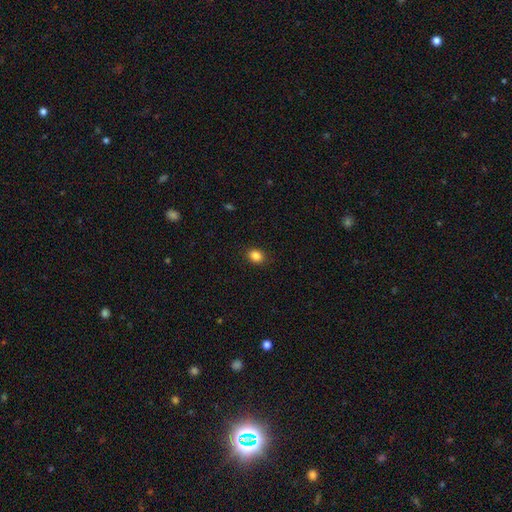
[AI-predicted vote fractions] Smooth or featured: smooth — 86% (star or artifact — 10%)
How rounded: in between — 56% (round — 44%)
Merging: none — 89% (minor disturbance — 8%)